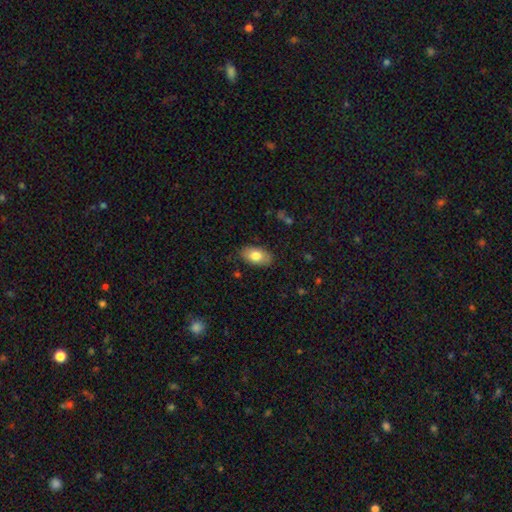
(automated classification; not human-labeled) smooth-or-featured: smooth: 79% | featured or disk: 14% | star or artifact: 7%
  how-rounded: in between: 93% | round: 5% | cigar-shaped: 2%
  merging: none: 83% | minor disturbance: 13% | major disturbance: 3% | merger: 1%